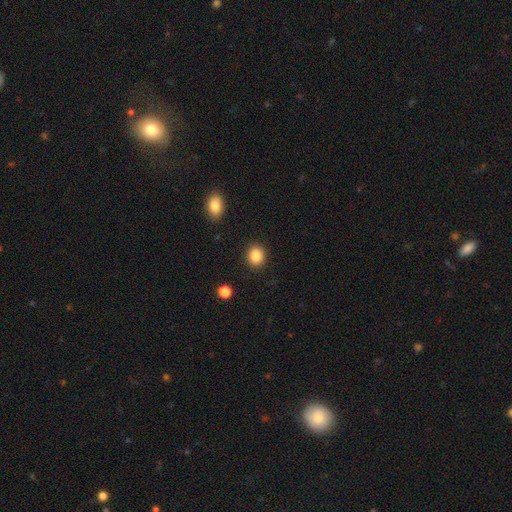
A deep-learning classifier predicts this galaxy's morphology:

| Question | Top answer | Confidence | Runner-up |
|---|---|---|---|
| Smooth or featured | smooth | 87% | star or artifact (9%) |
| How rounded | round | 74% | in between (25%) |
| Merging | none | 91% | minor disturbance (6%) |